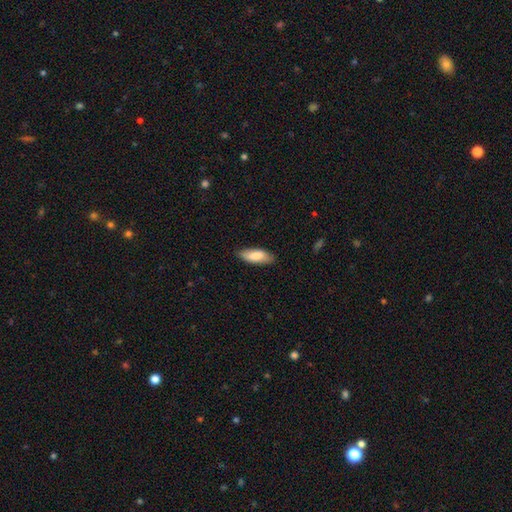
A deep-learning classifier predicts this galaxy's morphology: smooth 84%, featured or disk 11%, star or artifact 5%. Down the decision tree: how rounded — in between (73%); merging — none (83%).